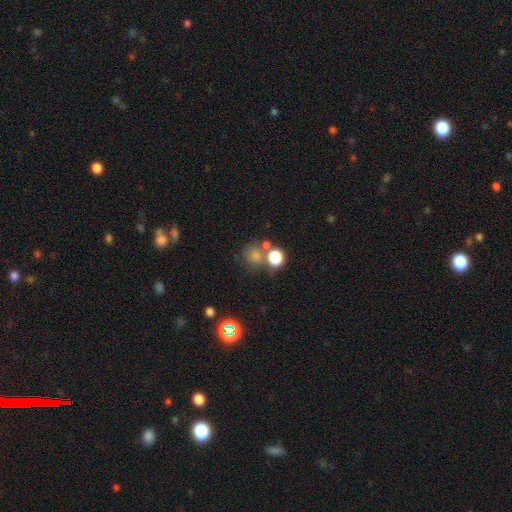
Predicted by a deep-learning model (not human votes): Smooth or featured?
  - smooth: 71% *
  - star or artifact: 18%
  - featured or disk: 10%
How rounded?
  - round: 81% *
  - in between: 18%
  - cigar-shaped: 1%
Merging?
  - none: 51% *
  - merger: 31%
  - minor disturbance: 11%
  - major disturbance: 7%